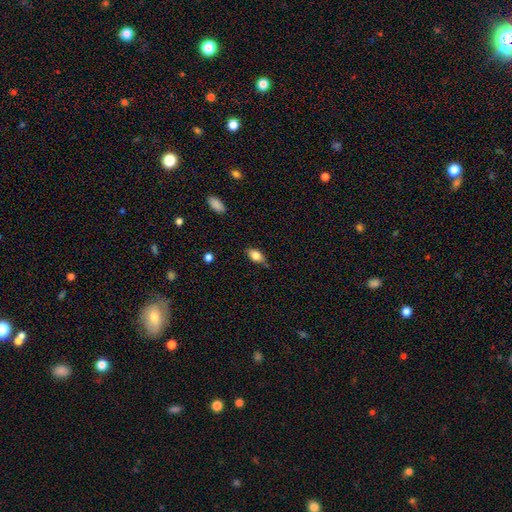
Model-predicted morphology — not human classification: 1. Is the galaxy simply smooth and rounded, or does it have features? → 79% smooth, 13% featured or disk, 8% star or artifact.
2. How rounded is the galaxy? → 87% in between, 8% round, 5% cigar-shaped.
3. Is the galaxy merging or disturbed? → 76% none, 19% minor disturbance, 3% major disturbance, 2% merger.